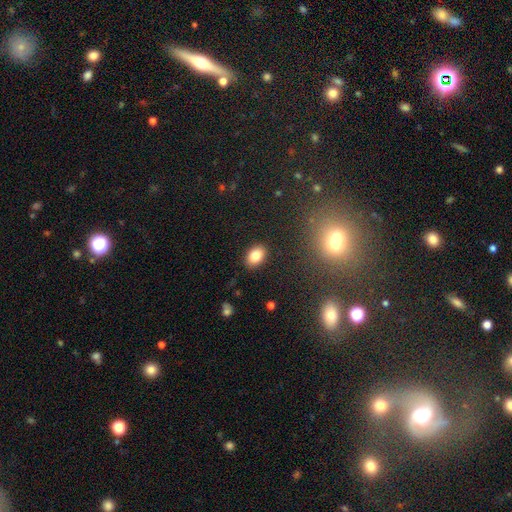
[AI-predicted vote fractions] This appears to be a smooth galaxy with no disk features (83%) that is in between round and cigar-shaped (82%). Merging: none (89%).